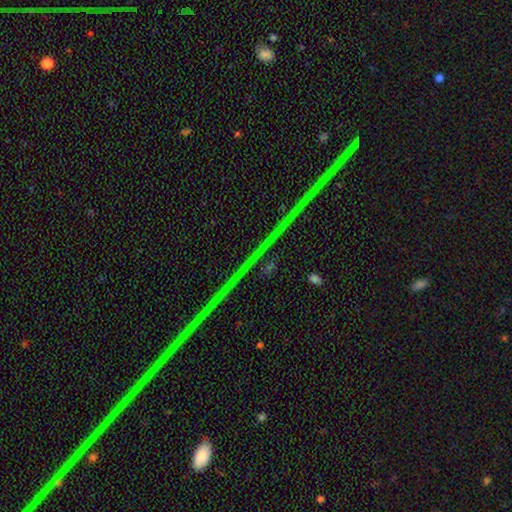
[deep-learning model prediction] Smooth or featured?
  - star or artifact: 86% *
  - featured or disk: 9%
  - smooth: 5%